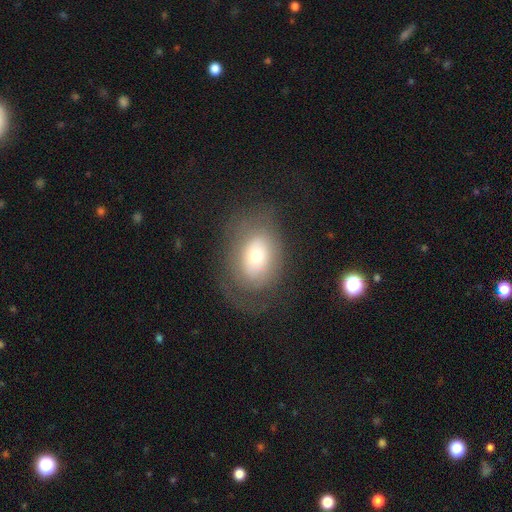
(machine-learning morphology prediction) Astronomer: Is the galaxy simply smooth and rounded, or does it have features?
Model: smooth — 56% (runner-up: featured or disk, 34%).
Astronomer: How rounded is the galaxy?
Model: in between — 70%.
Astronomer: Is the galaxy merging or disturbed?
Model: none — 63%.